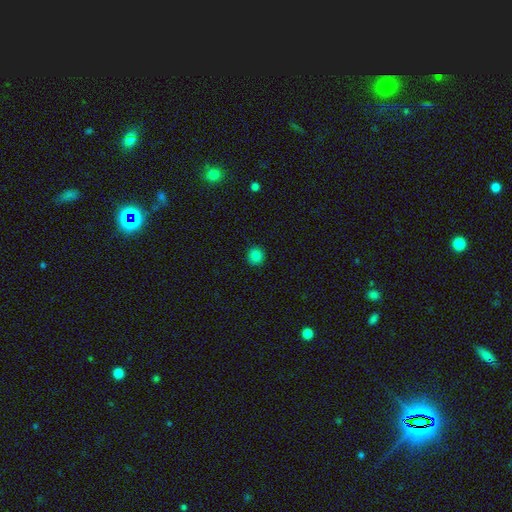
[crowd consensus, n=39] smooth-or-featured: smooth: 79% | featured or disk: 15% | star or artifact: 5%
  how-rounded: round: 90% | in between: 10% | cigar-shaped: 0%
  merging: none: 92% | minor disturbance: 5% | merger: 3% | major disturbance: 0%